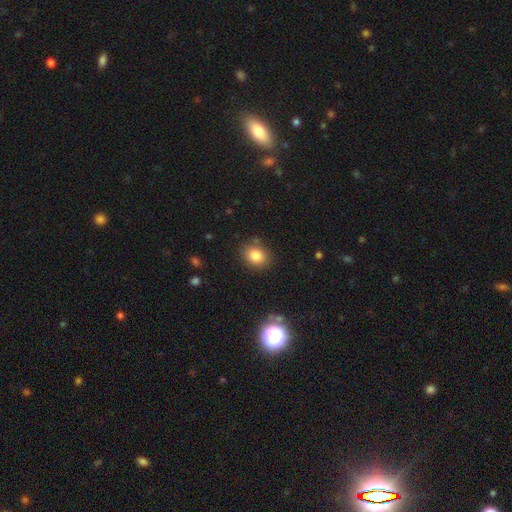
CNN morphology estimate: Smooth or featured?
  - smooth: 82% *
  - star or artifact: 11%
  - featured or disk: 7%
How rounded?
  - round: 53% *
  - in between: 46%
  - cigar-shaped: 1%
Merging?
  - none: 83% *
  - minor disturbance: 11%
  - major disturbance: 3%
  - merger: 2%